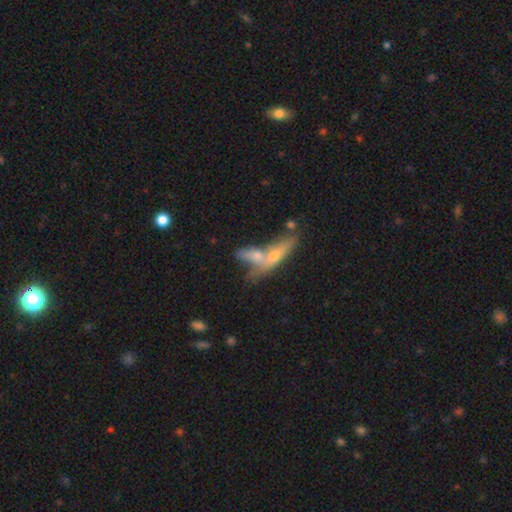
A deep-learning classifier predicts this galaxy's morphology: Smooth or featured? smooth (52%)
How rounded? in between (48%)
Merging? merger (62%)